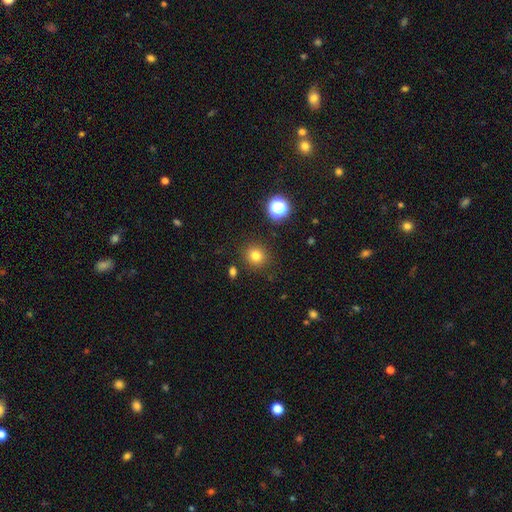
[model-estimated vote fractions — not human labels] Overall: smooth (79%). How rounded: round (88%). Merging: none (88%).